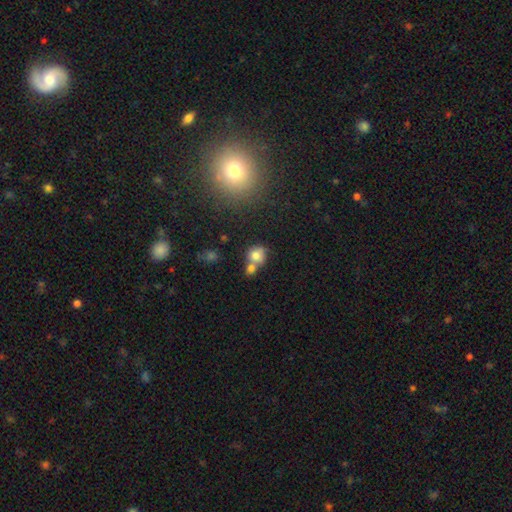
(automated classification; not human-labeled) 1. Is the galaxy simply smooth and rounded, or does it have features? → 76% smooth, 12% featured or disk, 12% star or artifact.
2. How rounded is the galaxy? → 74% round, 24% in between, 1% cigar-shaped.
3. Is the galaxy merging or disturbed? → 49% merger, 37% none, 10% minor disturbance, 4% major disturbance.